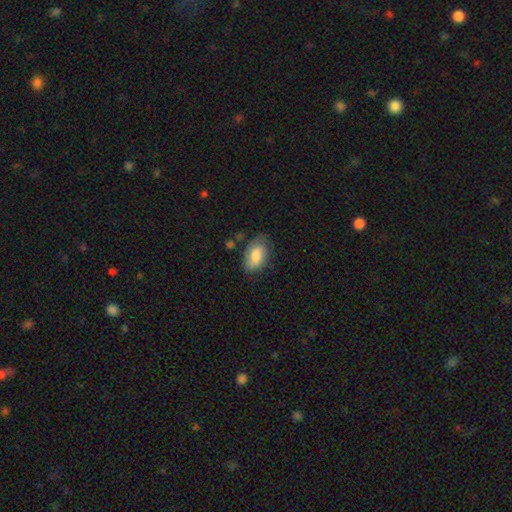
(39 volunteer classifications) Smooth or featured? smooth (69%)
How rounded? in between (96%)
Merging? none (61%)